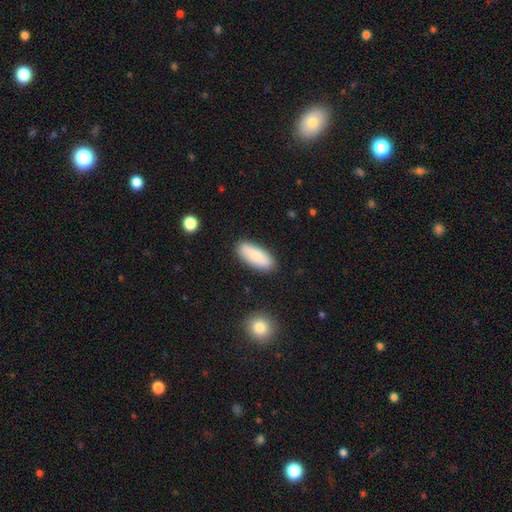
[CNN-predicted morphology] A smooth galaxy with no disk features (83%) that is in between round and cigar-shaped (75%). Merging: none (86%).